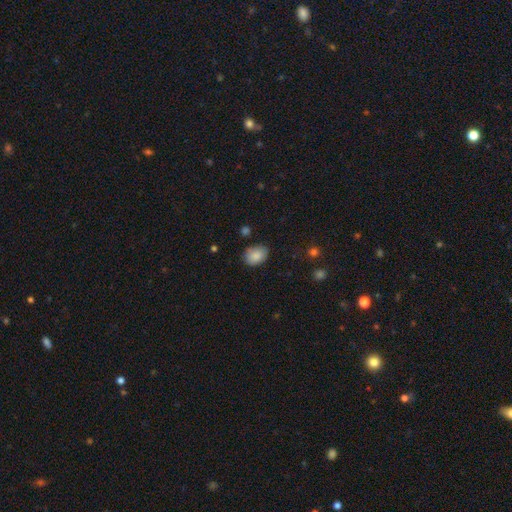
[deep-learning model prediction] Smooth or featured? smooth (87%)
How rounded? in between (78%)
Merging? none (77%)